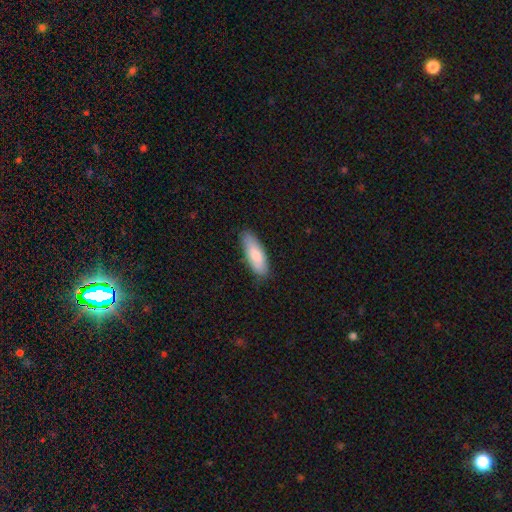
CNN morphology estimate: smooth-or-featured: smooth: 80% | featured or disk: 14% | star or artifact: 5%
  how-rounded: in between: 62% | cigar-shaped: 36% | round: 2%
  merging: none: 80% | minor disturbance: 16% | major disturbance: 3% | merger: 1%